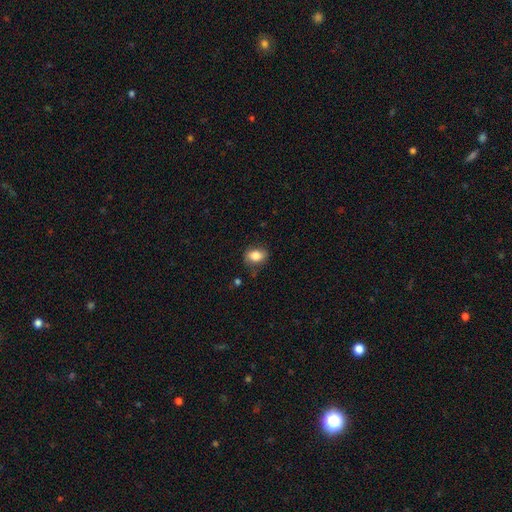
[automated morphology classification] A smooth galaxy with no disk features (82%) that is in between round and cigar-shaped (71%). Merging: none (76%).